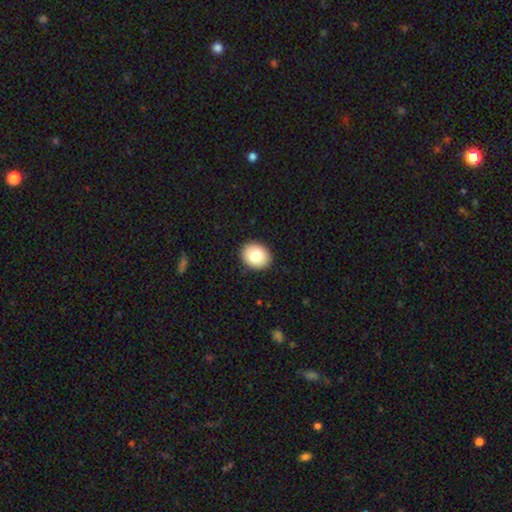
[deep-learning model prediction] Q: Smooth or featured?
A: smooth (82%); runner-up: featured or disk (10%)
Q: How rounded?
A: round (59%); runner-up: in between (40%)
Q: Merging?
A: none (91%); runner-up: minor disturbance (7%)